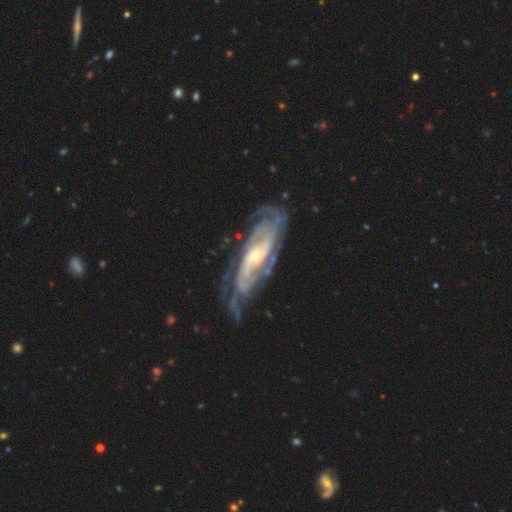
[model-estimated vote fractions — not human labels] smooth_or_featured: featured or disk (p=0.89) [alt: smooth p=0.06]
disk_edge_on: no (p=0.89) [alt: yes p=0.11]
bar: no (p=0.54) [alt: weak p=0.31]
has_spiral_arms: yes (p=0.97) [alt: no p=0.03]
spiral_winding: tight (p=0.64) [alt: medium p=0.29]
spiral_arm_count: can't tell (p=0.34) [alt: 2 p=0.21]
bulge_size: small (p=0.68) [alt: moderate p=0.27]
merging: none (p=0.67) [alt: minor disturbance p=0.20]